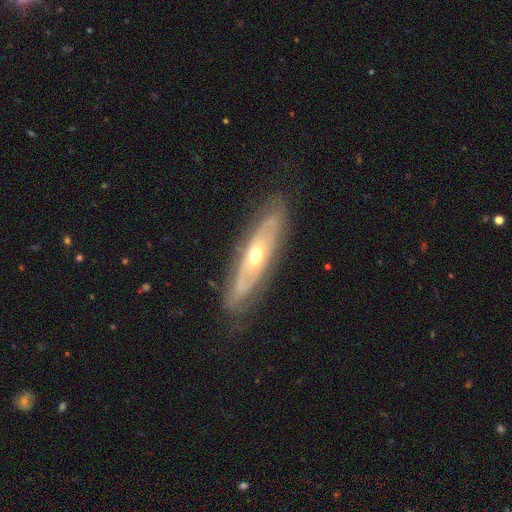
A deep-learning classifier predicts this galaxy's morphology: Smooth or featured? Predicted: featured or disk (p=0.71). Edge-on disk? Predicted: no (p=0.66). Merging? Predicted: none (p=0.78).